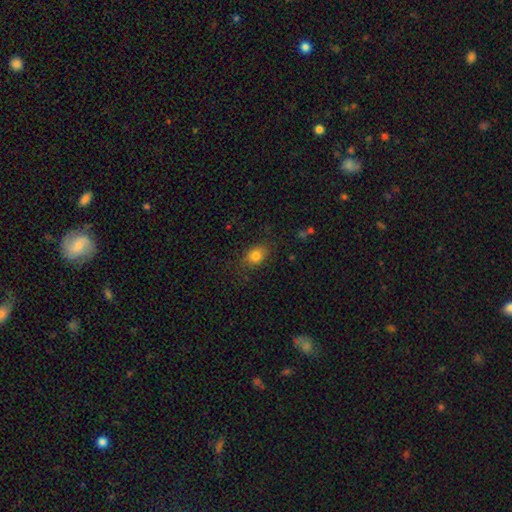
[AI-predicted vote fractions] A smooth galaxy with no disk features (81%) that is in between round and cigar-shaped (68%). Merging: none (78%).